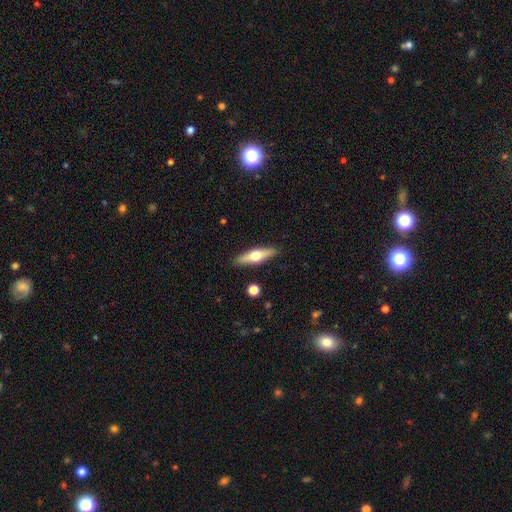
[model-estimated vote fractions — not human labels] Smooth or featured? featured or disk (56%)
Edge-on disk? yes (93%)
Edge-on bulge? rounded (95%)
Merging? none (89%)